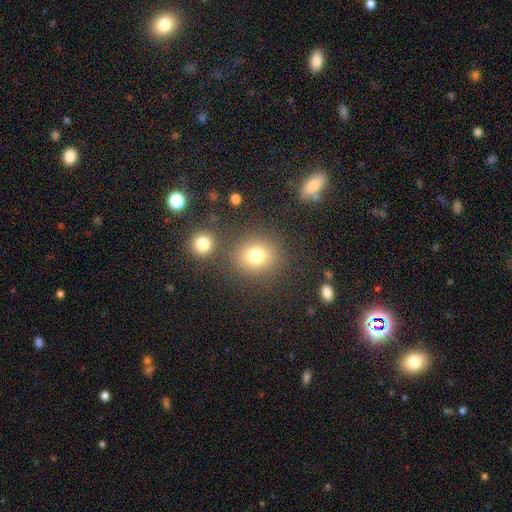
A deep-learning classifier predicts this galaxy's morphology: smooth_or_featured: smooth (p=0.77) [alt: star or artifact p=0.14]
how_rounded: round (p=0.81) [alt: in between p=0.18]
merging: none (p=0.77) [alt: merger p=0.10]